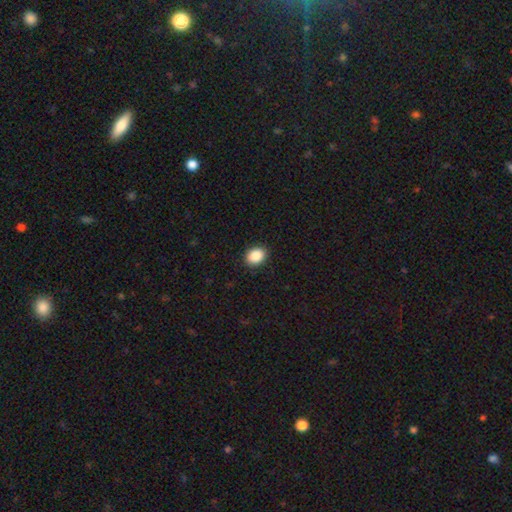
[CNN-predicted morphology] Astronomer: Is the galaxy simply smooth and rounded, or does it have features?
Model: smooth — 89%.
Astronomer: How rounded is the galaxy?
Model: in between — 60% (runner-up: round, 40%).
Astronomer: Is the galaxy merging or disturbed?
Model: none — 90%.